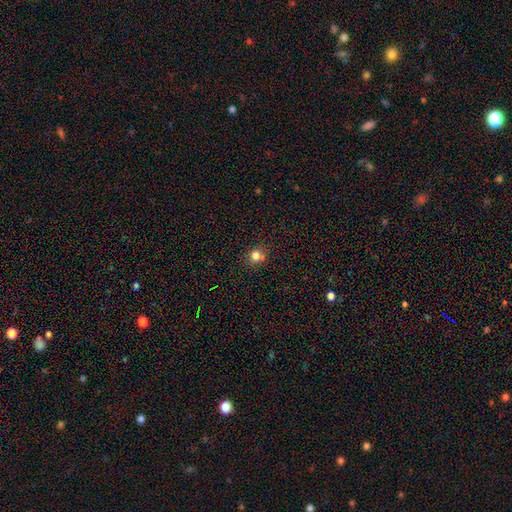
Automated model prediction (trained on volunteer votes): smooth_or_featured: smooth (p=0.77) [alt: star or artifact p=0.15]
how_rounded: round (p=0.81) [alt: in between p=0.18]
merging: none (p=0.68) [alt: merger p=0.18]